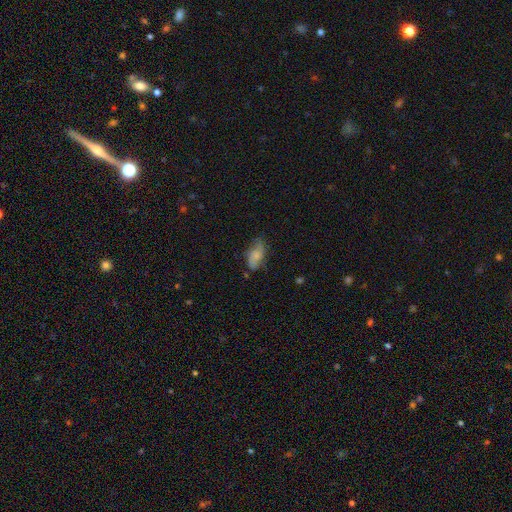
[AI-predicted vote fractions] A smooth galaxy with no disk features (64%) that is in between round and cigar-shaped (87%). Merging: none (63%).